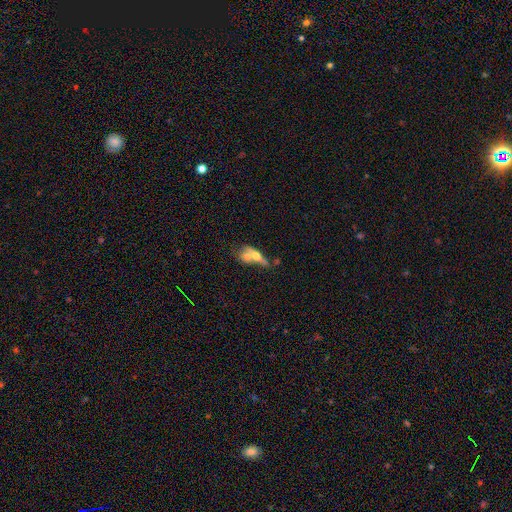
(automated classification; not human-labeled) Smooth or featured? Predicted: smooth (p=0.49). Merging? Predicted: merger (p=0.64).